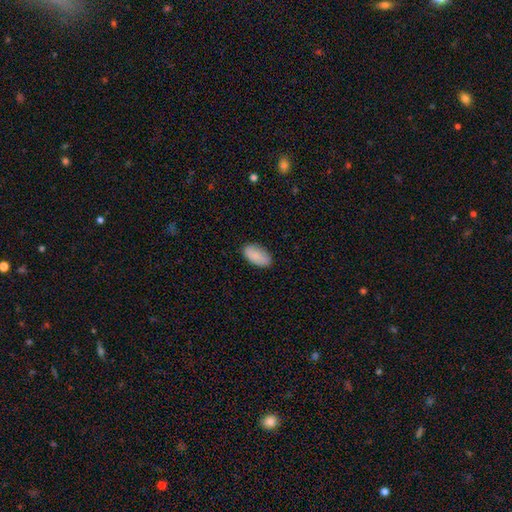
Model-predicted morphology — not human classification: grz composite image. It shows a smooth galaxy with no disk features (87%) that is in between round and cigar-shaped (95%). Merging: none (84%).